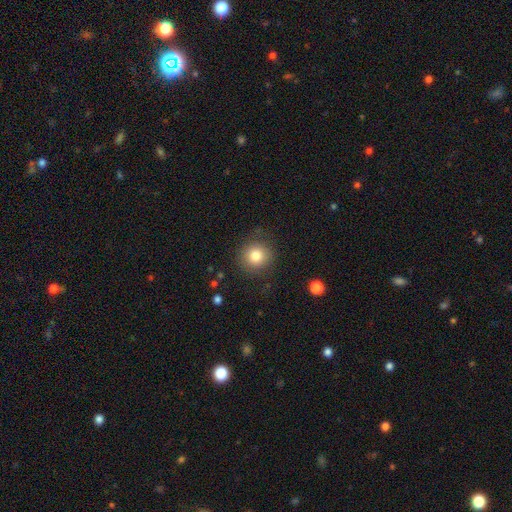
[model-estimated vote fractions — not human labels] A smooth galaxy with no disk features (81%) that is round (91%). Merging: none (85%).